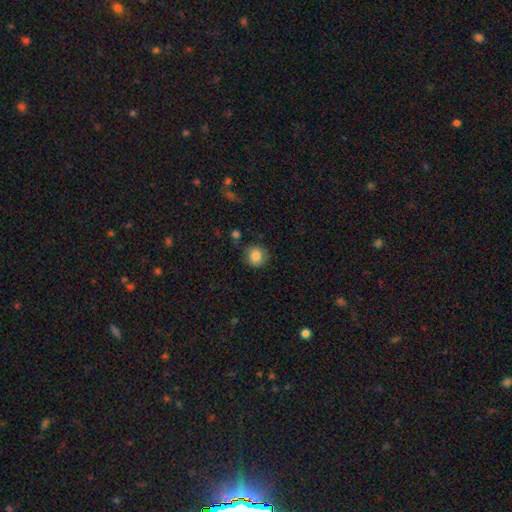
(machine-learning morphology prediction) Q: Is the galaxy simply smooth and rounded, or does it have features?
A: smooth — 85%.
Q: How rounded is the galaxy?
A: round — 88%.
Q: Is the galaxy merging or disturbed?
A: none — 78%.